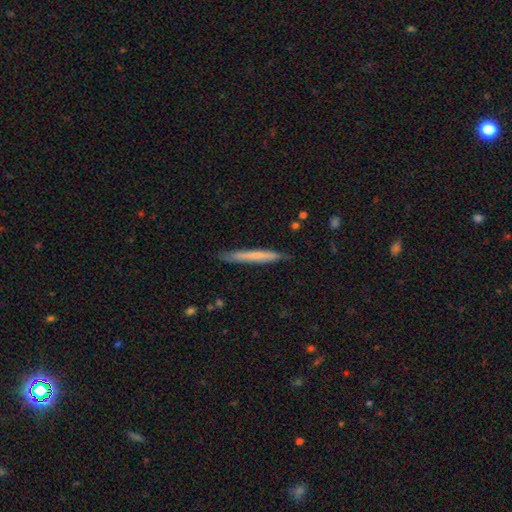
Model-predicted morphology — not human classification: Smooth or featured? smooth (62%)
How rounded? cigar-shaped (96%)
Merging? none (84%)